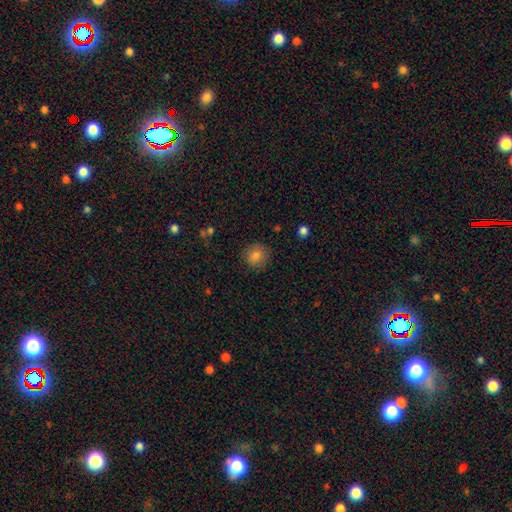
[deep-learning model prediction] Smooth or featured: smooth — 83% (star or artifact — 11%)
How rounded: round — 89% (in between — 10%)
Merging: none — 88% (minor disturbance — 9%)